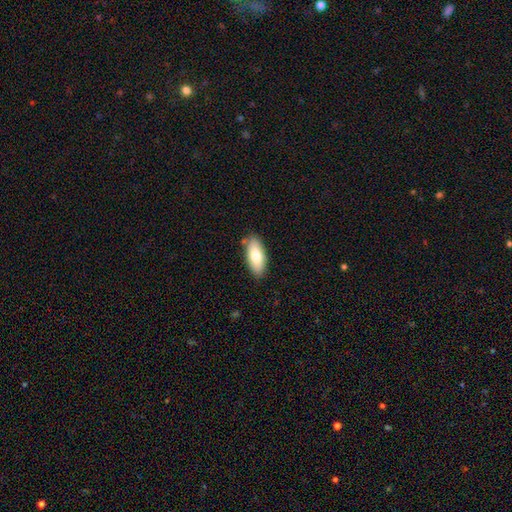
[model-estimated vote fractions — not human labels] smooth-or-featured: smooth: 76% | featured or disk: 17% | star or artifact: 6%
  how-rounded: in between: 84% | cigar-shaped: 13% | round: 2%
  merging: none: 84% | minor disturbance: 11% | merger: 2% | major disturbance: 2%